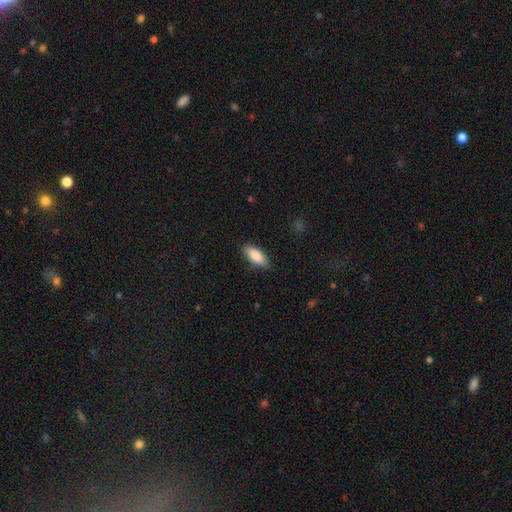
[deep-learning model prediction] smooth 87%, featured or disk 8%, star or artifact 6%. Down the decision tree: how rounded — in between (78%); merging — none (84%).